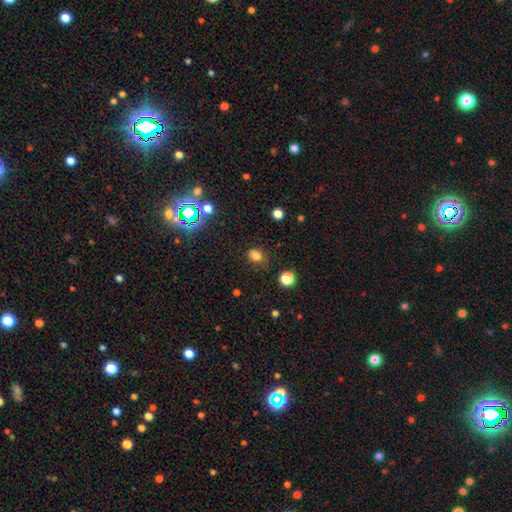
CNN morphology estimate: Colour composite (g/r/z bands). It shows a smooth galaxy with no disk features (77%) that is in between round and cigar-shaped (61%). Merging: none (69%).